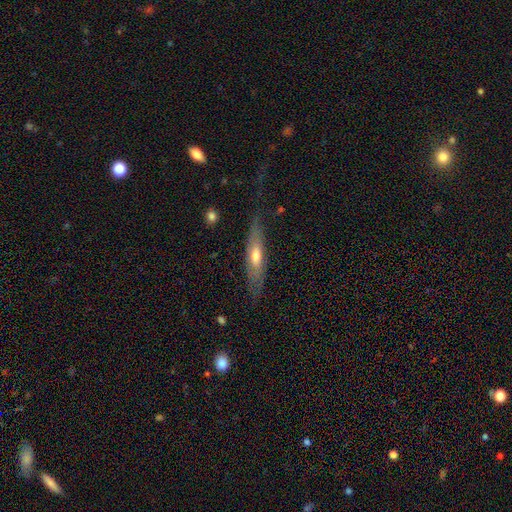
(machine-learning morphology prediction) featured or disk 49%, smooth 45%, star or artifact 6%. Down the decision tree: merging — none (74%).